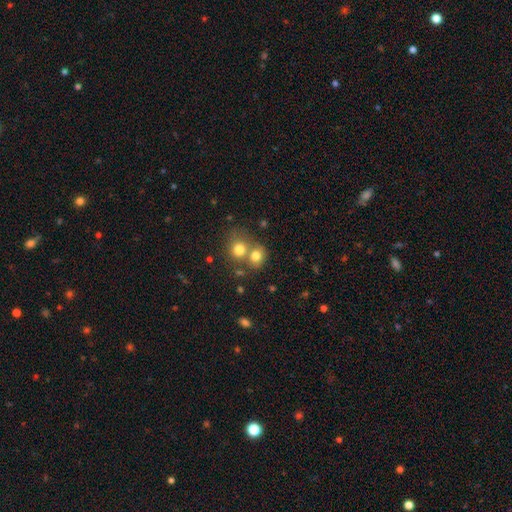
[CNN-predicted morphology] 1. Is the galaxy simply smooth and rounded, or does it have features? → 77% smooth, 12% star or artifact, 11% featured or disk.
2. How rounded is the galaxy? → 72% round, 27% in between, 1% cigar-shaped.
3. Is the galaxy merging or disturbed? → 49% merger, 40% none, 7% minor disturbance, 3% major disturbance.